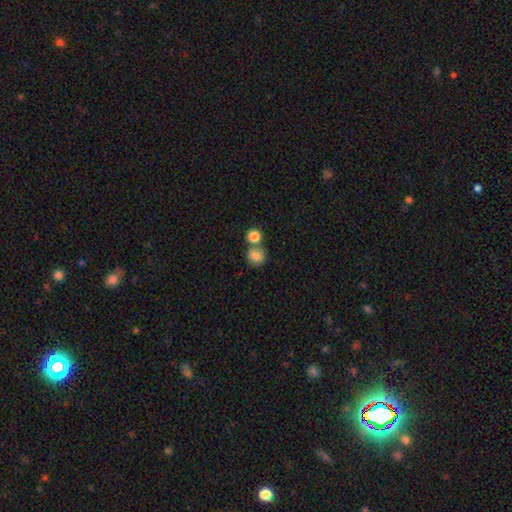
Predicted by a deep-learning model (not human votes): Smooth or featured?
  - smooth: 83% *
  - star or artifact: 10%
  - featured or disk: 8%
How rounded?
  - round: 76% *
  - in between: 23%
  - cigar-shaped: 1%
Merging?
  - none: 55% *
  - merger: 32%
  - minor disturbance: 10%
  - major disturbance: 3%